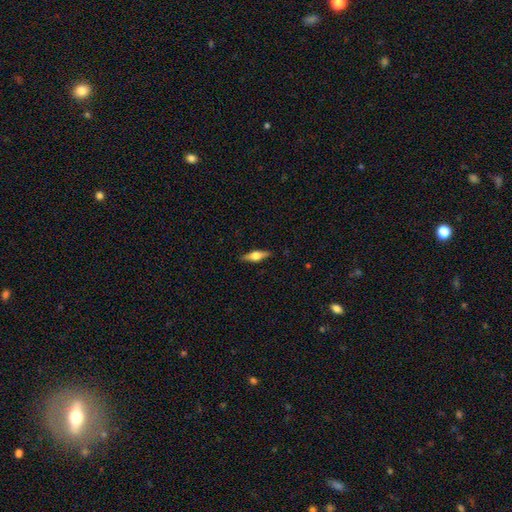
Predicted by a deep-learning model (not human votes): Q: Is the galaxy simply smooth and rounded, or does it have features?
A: featured or disk — 63%.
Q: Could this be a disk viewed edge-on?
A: yes — 96%.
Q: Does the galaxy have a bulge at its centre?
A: rounded — 93%.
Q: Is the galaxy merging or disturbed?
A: none — 88%.